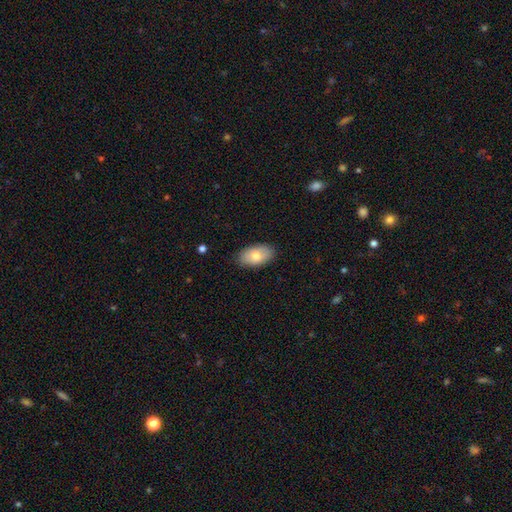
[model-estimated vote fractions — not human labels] smooth_or_featured: smooth (p=0.75) [alt: featured or disk p=0.18]
how_rounded: in between (p=0.93) [alt: round p=0.05]
merging: none (p=0.86) [alt: minor disturbance p=0.11]